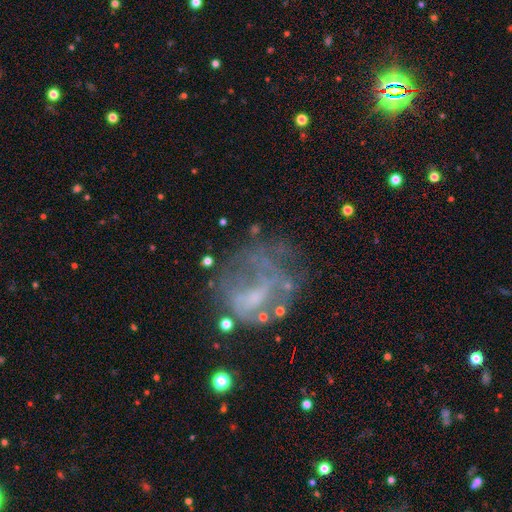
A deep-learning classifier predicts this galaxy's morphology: Smooth or featured? Predicted: featured or disk (p=0.55). Edge-on disk? Predicted: no (p=0.97). Bar? Predicted: no (p=0.71). Spiral arms? Predicted: no (p=0.75). Bulge size? Predicted: none (p=0.51). Merging? Predicted: none (p=0.41).